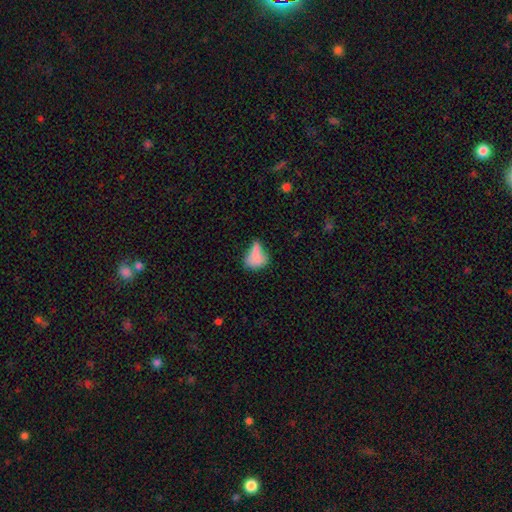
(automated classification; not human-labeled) Smooth or featured? smooth (72%)
How rounded? in between (75%)
Merging? none (29%)